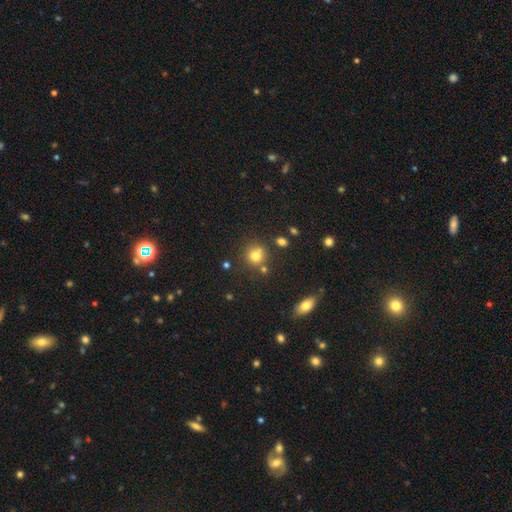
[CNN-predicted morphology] Smooth or featured: smooth — 76% (star or artifact — 15%)
How rounded: round — 87% (in between — 12%)
Merging: none — 67% (merger — 17%)